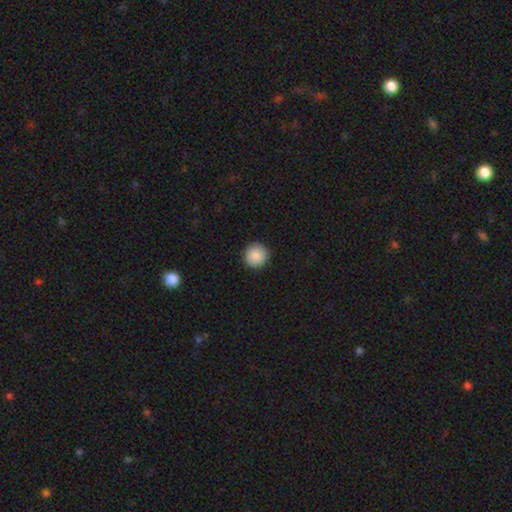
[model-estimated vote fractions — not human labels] Q: Smooth or featured?
A: smooth (89%); runner-up: star or artifact (8%)
Q: How rounded?
A: round (95%); runner-up: in between (4%)
Q: Merging?
A: none (92%); runner-up: minor disturbance (5%)